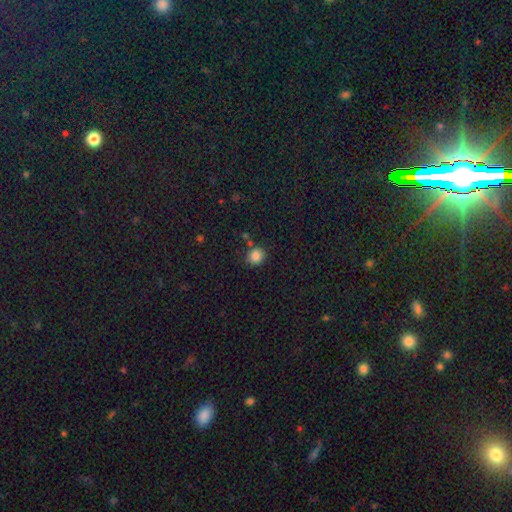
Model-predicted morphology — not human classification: This is clearly a smooth galaxy (84%). How rounded: likely round (68%). Merging: likely none (74%).